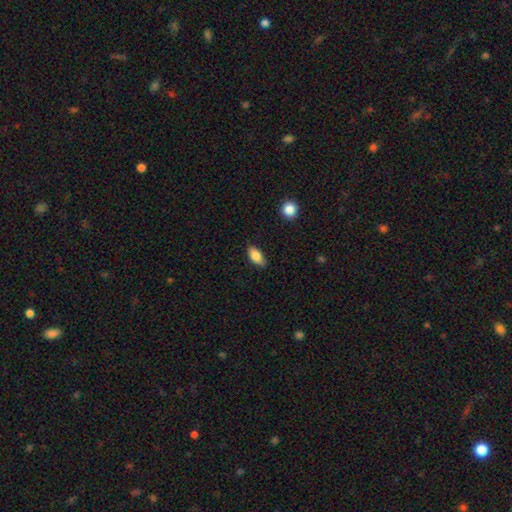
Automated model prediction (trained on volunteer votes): Q: Smooth or featured?
A: smooth (83%); runner-up: featured or disk (10%)
Q: How rounded?
A: in between (89%); runner-up: cigar-shaped (7%)
Q: Merging?
A: none (78%); runner-up: minor disturbance (17%)